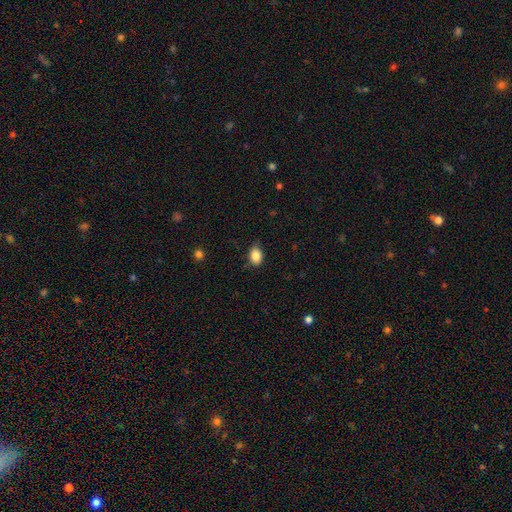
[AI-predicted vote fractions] This is clearly a smooth galaxy (86%). How rounded: likely in between (79%). Merging: likely none (77%).